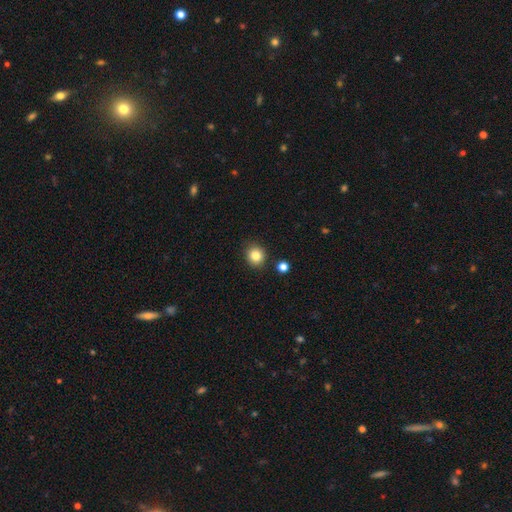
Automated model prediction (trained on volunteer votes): Smooth or featured?
  - smooth: 83% *
  - star or artifact: 11%
  - featured or disk: 5%
How rounded?
  - round: 84% *
  - in between: 15%
  - cigar-shaped: 1%
Merging?
  - none: 88% *
  - minor disturbance: 7%
  - merger: 3%
  - major disturbance: 2%